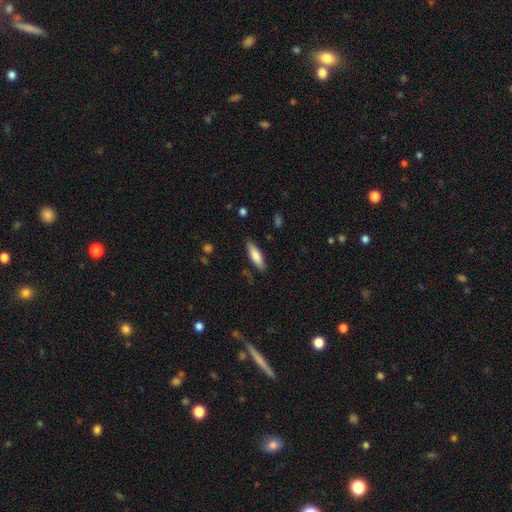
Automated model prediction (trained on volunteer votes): Q: Smooth or featured?
A: smooth (79%); runner-up: featured or disk (16%)
Q: How rounded?
A: cigar-shaped (54%); runner-up: in between (44%)
Q: Merging?
A: none (84%); runner-up: minor disturbance (12%)